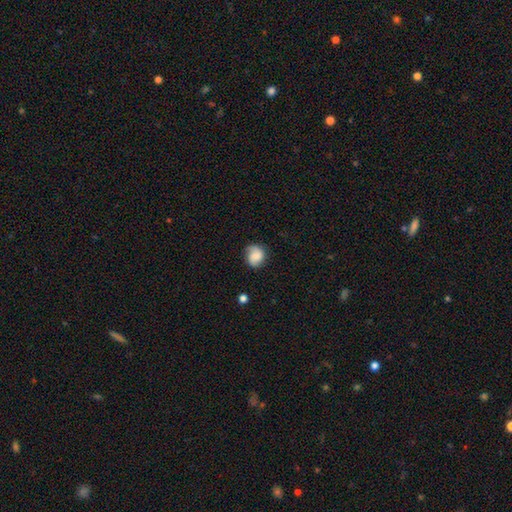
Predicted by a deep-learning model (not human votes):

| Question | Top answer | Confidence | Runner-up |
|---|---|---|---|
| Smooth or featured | smooth | 59% | featured or disk (32%) |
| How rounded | round | 70% | in between (29%) |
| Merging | none | 68% | minor disturbance (23%) |